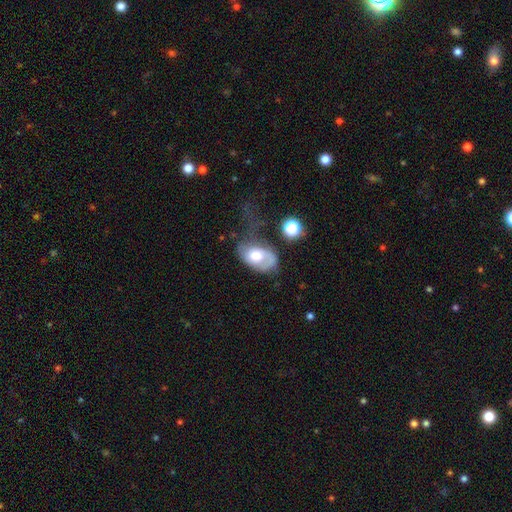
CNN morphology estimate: This is possibly a smooth galaxy (48%). Merging: marginally major disturbance (38%).